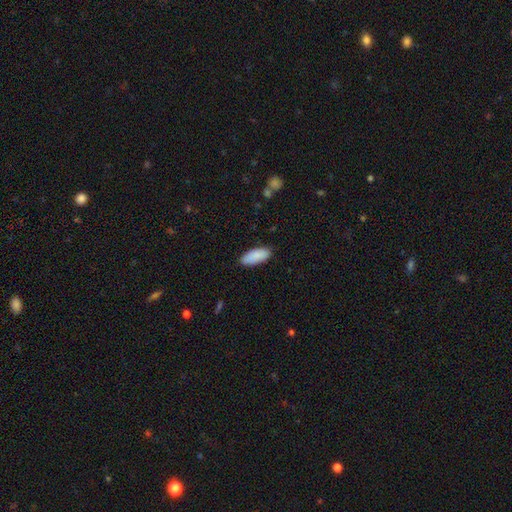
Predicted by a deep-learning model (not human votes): Smooth or featured? Predicted: smooth (p=0.90). How rounded? Predicted: in between (p=0.80). Merging? Predicted: none (p=0.87).